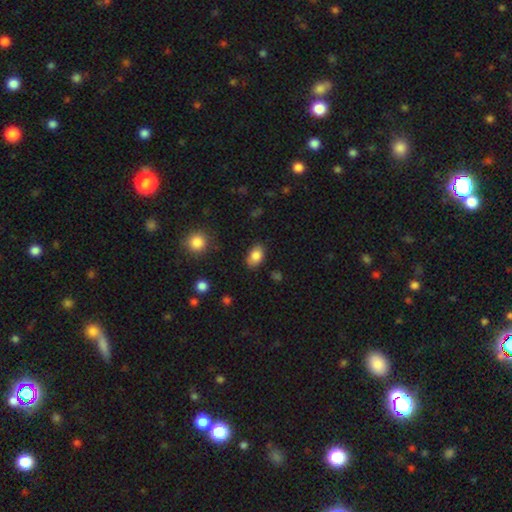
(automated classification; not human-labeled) smooth_or_featured: smooth (p=0.85) [alt: star or artifact p=0.08]
how_rounded: in between (p=0.87) [alt: round p=0.12]
merging: none (p=0.82) [alt: minor disturbance p=0.14]